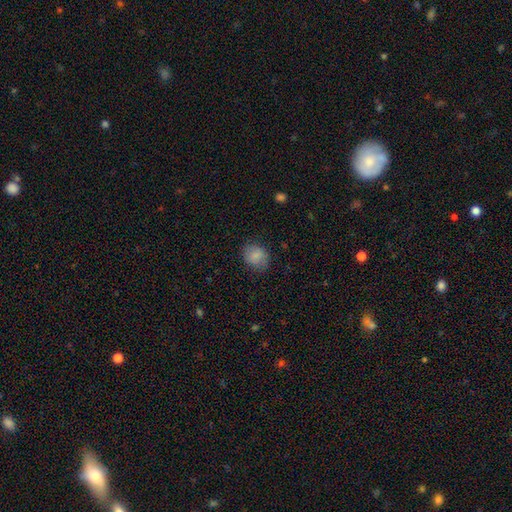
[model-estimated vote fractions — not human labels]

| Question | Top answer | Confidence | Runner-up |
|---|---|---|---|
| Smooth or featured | smooth | 83% | featured or disk (9%) |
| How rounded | round | 65% | in between (34%) |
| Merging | none | 78% | minor disturbance (16%) |